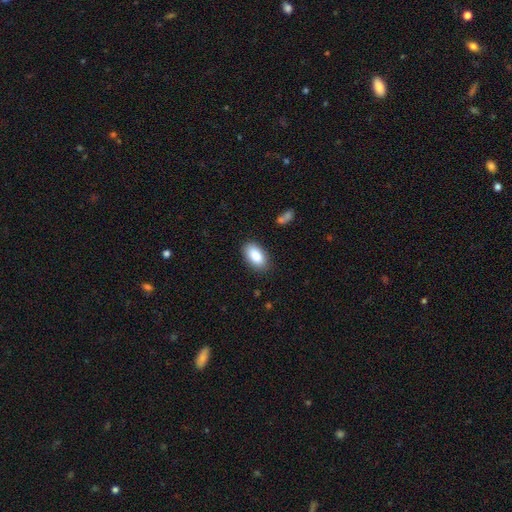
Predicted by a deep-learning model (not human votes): Overall: smooth (87%). How rounded: in between (94%). Merging: none (86%).